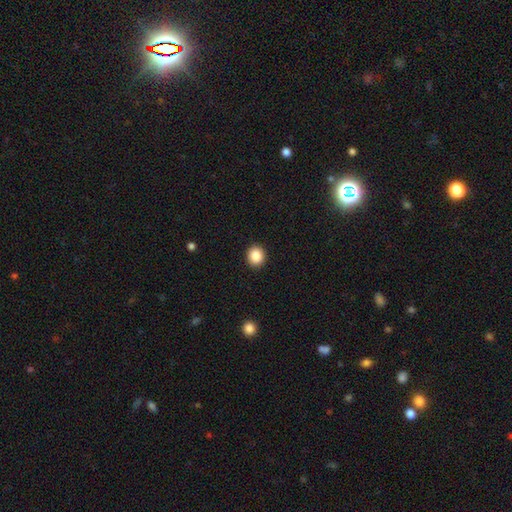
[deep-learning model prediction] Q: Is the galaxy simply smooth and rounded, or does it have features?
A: smooth — 86%.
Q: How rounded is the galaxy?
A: round — 85%.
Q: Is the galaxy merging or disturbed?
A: none — 92%.